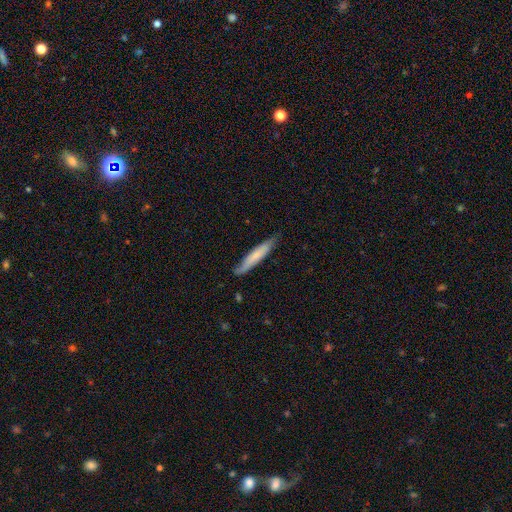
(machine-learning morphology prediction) Overall: smooth (66%; featured or disk 29%). How rounded: cigar-shaped (91%). Merging: none (79%).